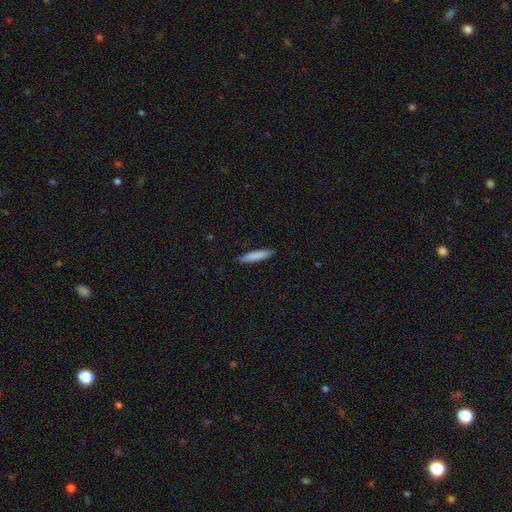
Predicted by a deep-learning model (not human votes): Smooth or featured?
  - smooth: 82% *
  - featured or disk: 12%
  - star or artifact: 6%
How rounded?
  - cigar-shaped: 88% *
  - in between: 11%
  - round: 1%
Merging?
  - none: 87% *
  - minor disturbance: 10%
  - major disturbance: 2%
  - merger: 1%